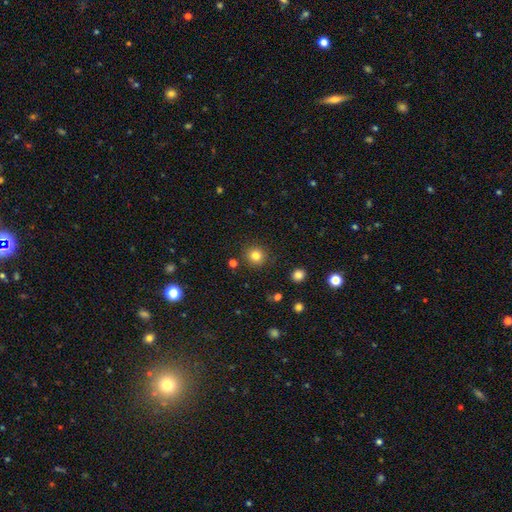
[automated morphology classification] smooth 81%, star or artifact 12%, featured or disk 6%. Down the decision tree: how rounded — round (91%); merging — none (89%).